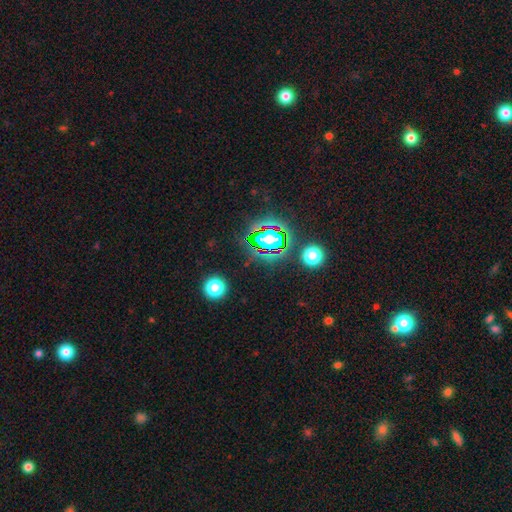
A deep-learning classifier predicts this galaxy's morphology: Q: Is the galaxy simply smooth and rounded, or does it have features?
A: star or artifact — 78%.